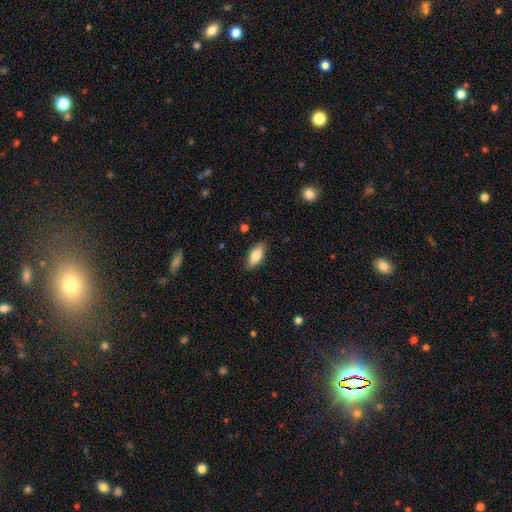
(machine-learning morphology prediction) Smooth or featured? smooth (79%)
How rounded? in between (83%)
Merging? none (86%)